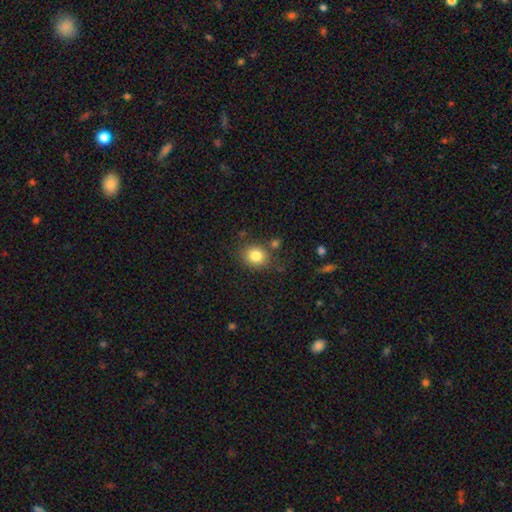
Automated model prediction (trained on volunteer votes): The model was most divided on "how rounded": round: 75%, in between: 24%, cigar-shaped: 1%. More confident: smooth or featured — smooth (82%); merging — none (79%).